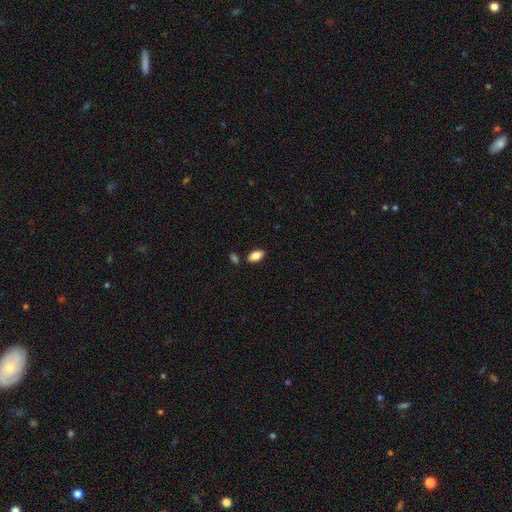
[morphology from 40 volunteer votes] smooth_or_featured: smooth (p=0.85) [alt: featured or disk p=0.12]
how_rounded: in between (p=0.91) [alt: round p=0.06]
merging: none (p=0.82) [alt: minor disturbance p=0.10]